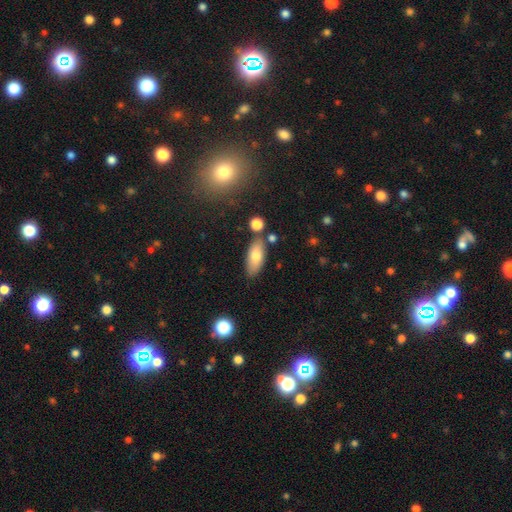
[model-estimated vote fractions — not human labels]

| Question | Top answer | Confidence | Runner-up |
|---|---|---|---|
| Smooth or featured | smooth | 75% | featured or disk (17%) |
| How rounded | in between | 82% | cigar-shaped (15%) |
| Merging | none | 76% | minor disturbance (14%) |